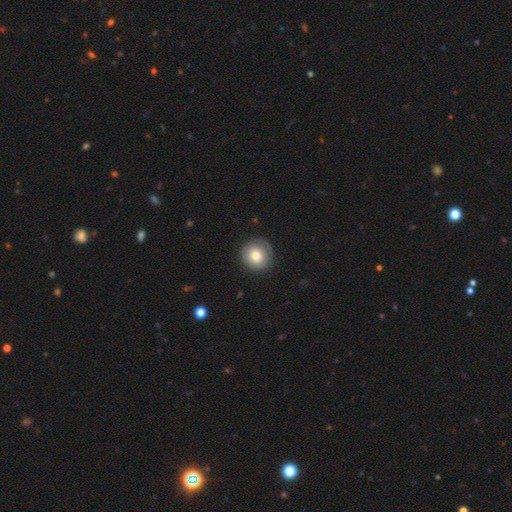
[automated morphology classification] Smooth or featured? smooth (78%)
How rounded? round (92%)
Merging? none (84%)